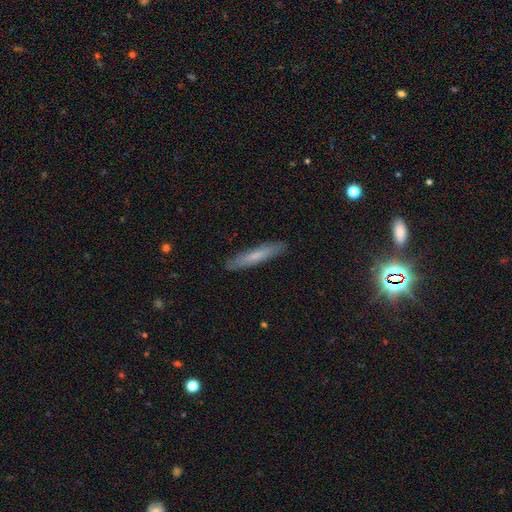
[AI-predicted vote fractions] A smooth galaxy with no disk features (64%) that is cigar-shaped (91%). Merging: none (89%).